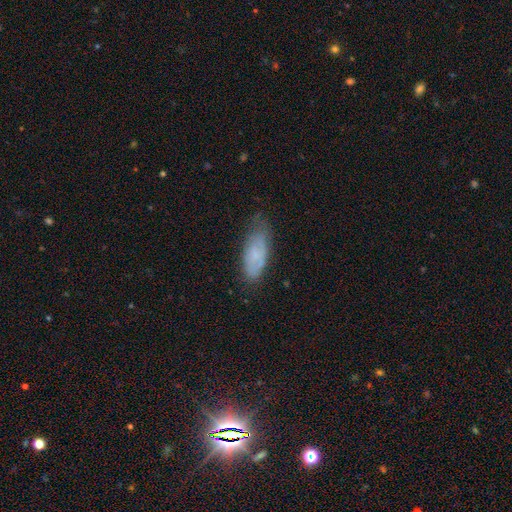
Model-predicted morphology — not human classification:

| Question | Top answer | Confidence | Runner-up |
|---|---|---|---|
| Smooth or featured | smooth | 57% | featured or disk (35%) |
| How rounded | in between | 78% | cigar-shaped (20%) |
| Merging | none | 61% | minor disturbance (29%) |